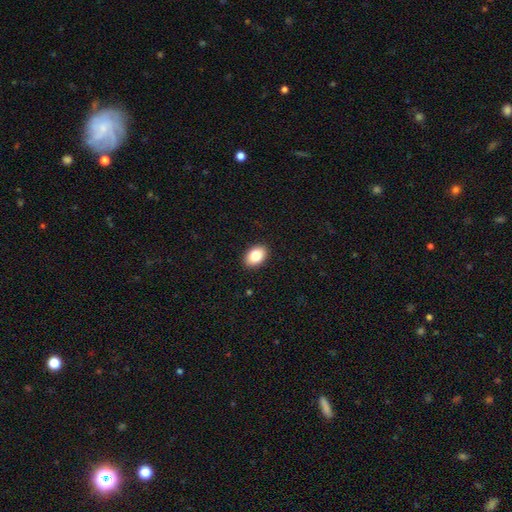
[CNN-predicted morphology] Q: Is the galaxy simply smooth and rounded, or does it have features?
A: smooth — 85%.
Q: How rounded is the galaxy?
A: in between — 85%.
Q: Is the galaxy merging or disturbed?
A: none — 90%.